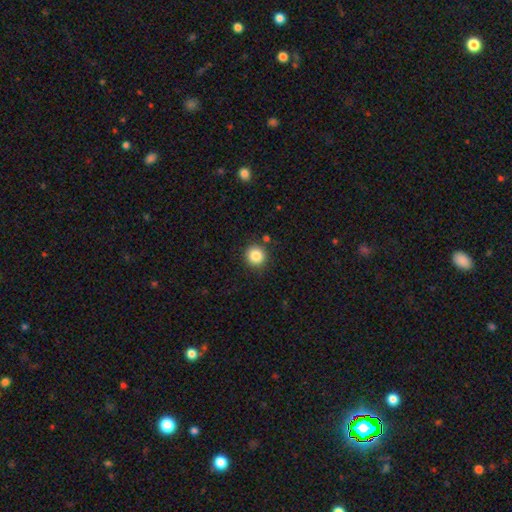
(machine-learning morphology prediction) This appears to be a smooth galaxy with no disk features (85%) that is round (93%). Merging: none (87%).